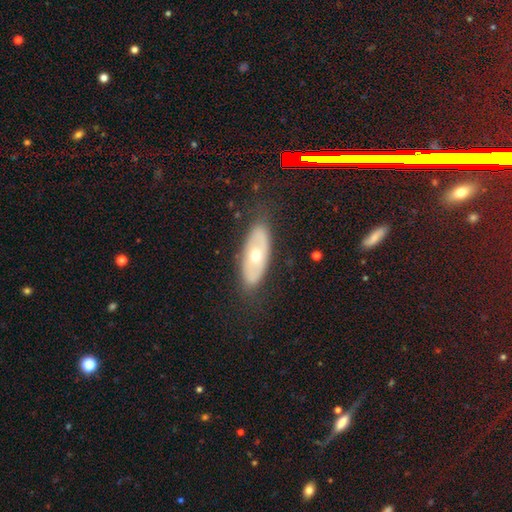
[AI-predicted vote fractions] The model was most divided on "smooth or featured": featured or disk: 50%, smooth: 43%, star or artifact: 7%. More confident: merging — none (81%).